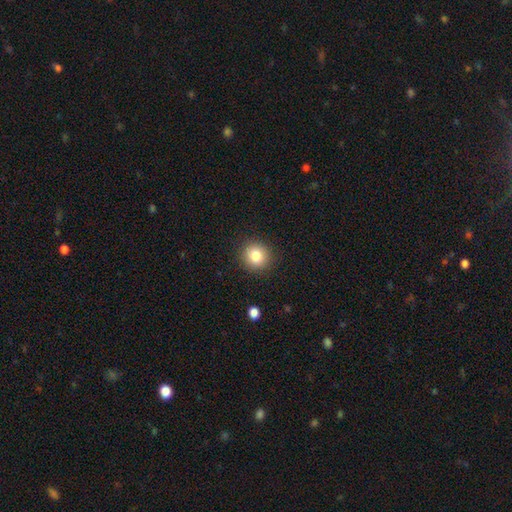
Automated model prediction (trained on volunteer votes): Smooth or featured? smooth (82%)
How rounded? round (91%)
Merging? none (90%)